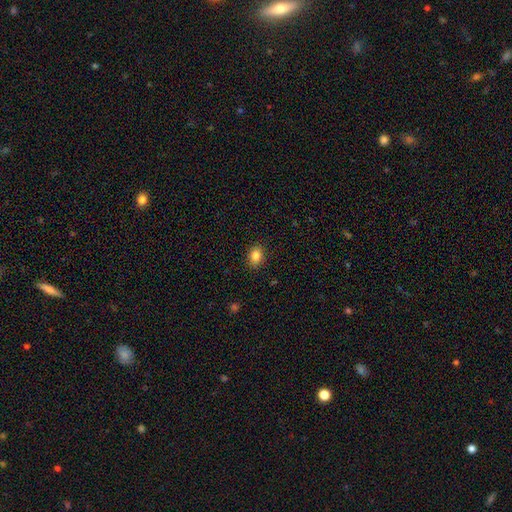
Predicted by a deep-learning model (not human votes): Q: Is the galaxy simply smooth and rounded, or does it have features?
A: smooth — 85%.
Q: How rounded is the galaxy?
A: in between — 63%.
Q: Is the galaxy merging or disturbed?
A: none — 89%.